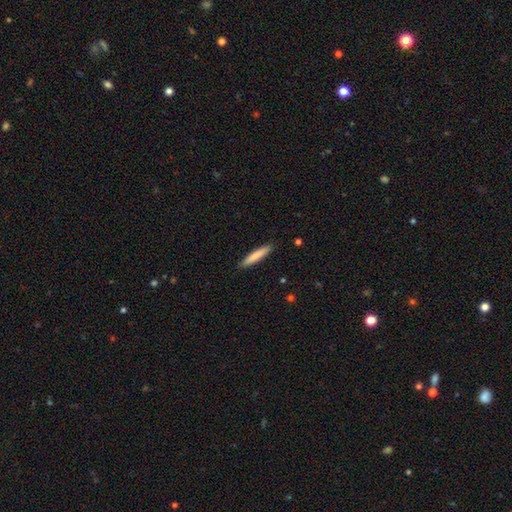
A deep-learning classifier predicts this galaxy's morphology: Smooth or featured: smooth — 80% (featured or disk — 14%)
How rounded: cigar-shaped — 92% (in between — 7%)
Merging: none — 90% (minor disturbance — 7%)